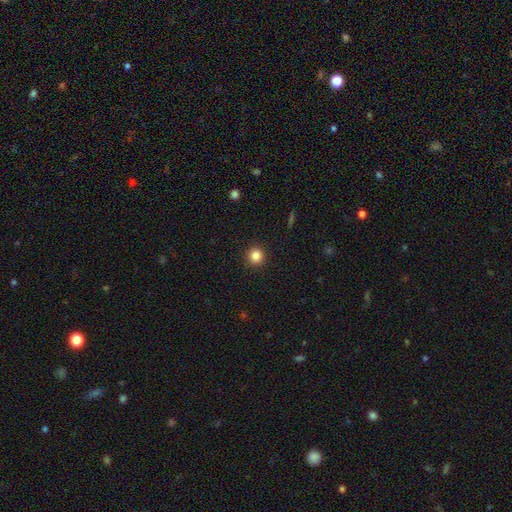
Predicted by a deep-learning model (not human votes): The model was most divided on "smooth or featured": smooth: 84%, star or artifact: 11%, featured or disk: 4%. More confident: how rounded — round (95%); merging — none (92%).